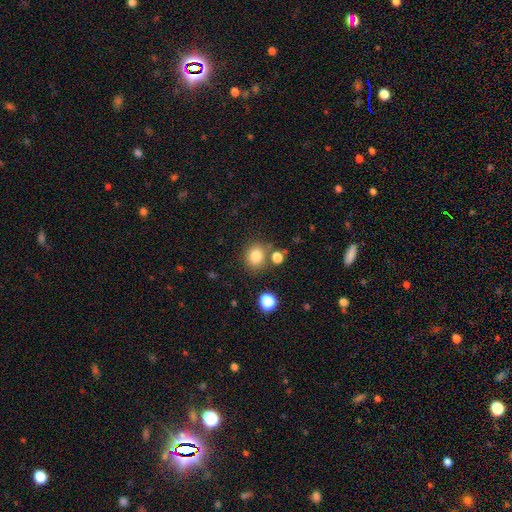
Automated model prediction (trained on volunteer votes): Morphology: type=smooth (81%); roundness=round (75%); merging=none (74%).